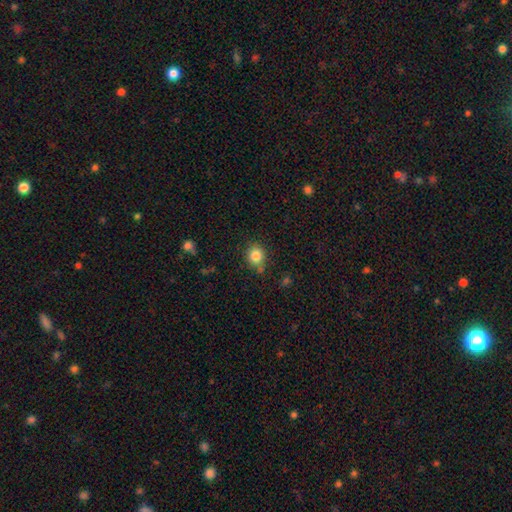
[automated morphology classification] Smooth or featured? Predicted: smooth (p=0.83). How rounded? Predicted: round (p=0.78). Merging? Predicted: none (p=0.76).